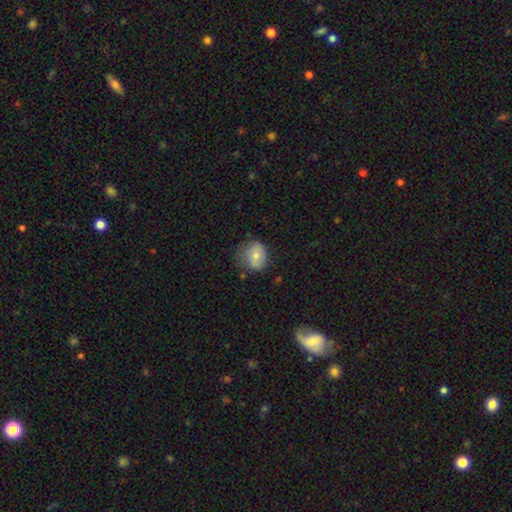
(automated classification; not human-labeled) Smooth or featured: smooth — 72% (featured or disk — 20%)
How rounded: round — 62% (in between — 37%)
Merging: none — 56% (minor disturbance — 30%)